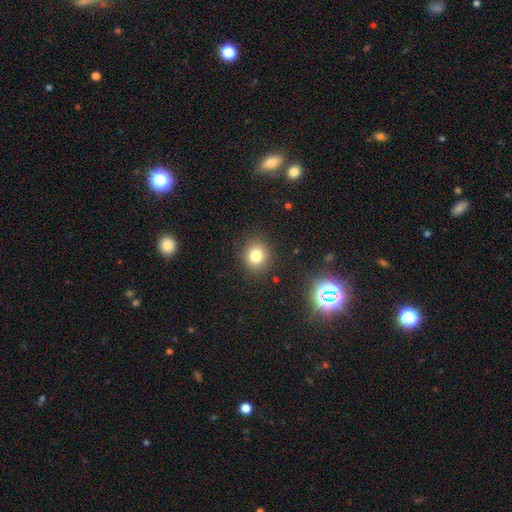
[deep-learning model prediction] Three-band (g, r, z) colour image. It shows a smooth galaxy with no disk features (77%) that is round (79%). Merging: none (88%).